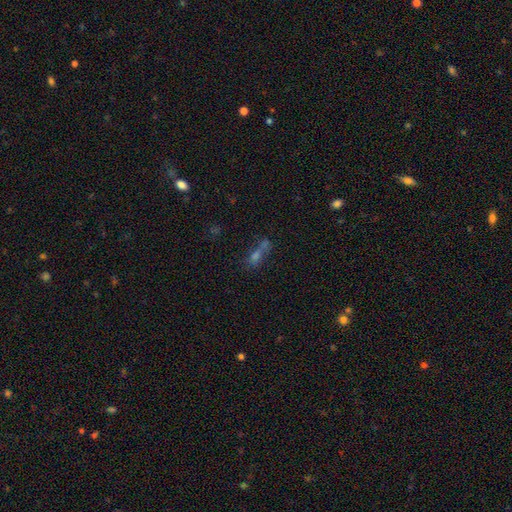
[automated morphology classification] smooth-or-featured: smooth: 49% | star or artifact: 29% | featured or disk: 22%
  merging: none: 41% | merger: 34% | minor disturbance: 14% | major disturbance: 12%